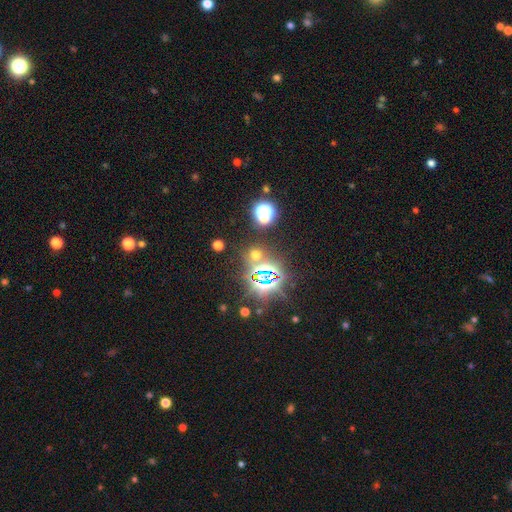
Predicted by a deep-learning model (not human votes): star or artifact 58%, smooth 35%, featured or disk 7%.